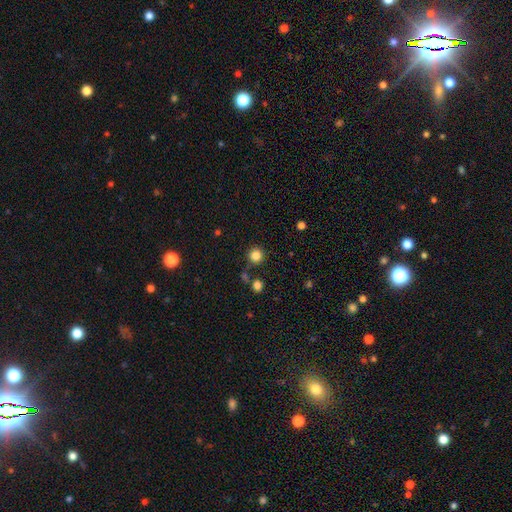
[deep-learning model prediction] Smooth or featured? smooth (84%)
How rounded? round (94%)
Merging? none (85%)